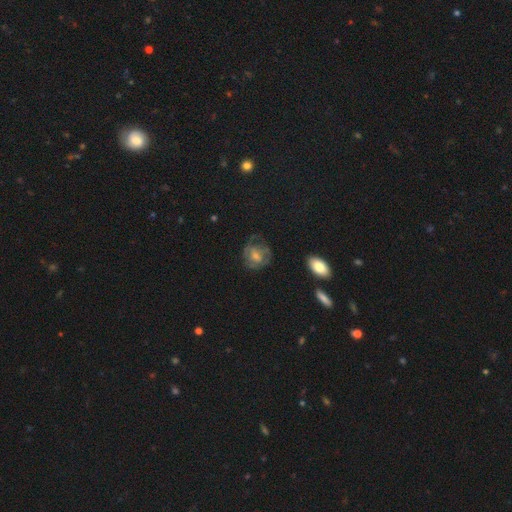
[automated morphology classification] This appears to be a featured or disk galaxy (53%) with no bar (61%), spiral arms (64%) and a moderate central bulge (50%). Merging: none (65%).